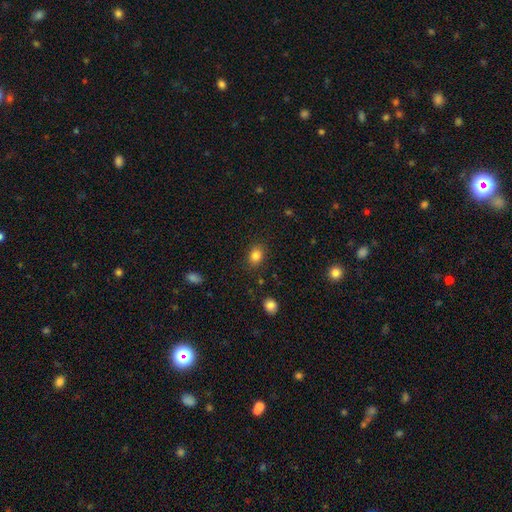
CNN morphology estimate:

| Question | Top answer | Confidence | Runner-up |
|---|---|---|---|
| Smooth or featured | smooth | 84% | star or artifact (11%) |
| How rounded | in between | 58% | round (41%) |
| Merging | none | 84% | minor disturbance (11%) |